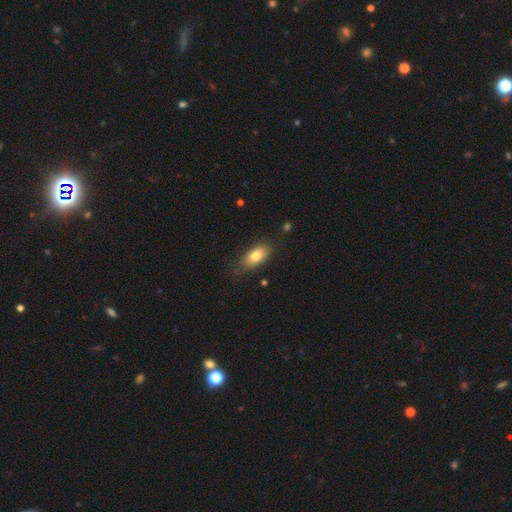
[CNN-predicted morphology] Smooth or featured: smooth — 78% (featured or disk — 15%)
How rounded: in between — 86% (cigar-shaped — 8%)
Merging: none — 74% (minor disturbance — 20%)